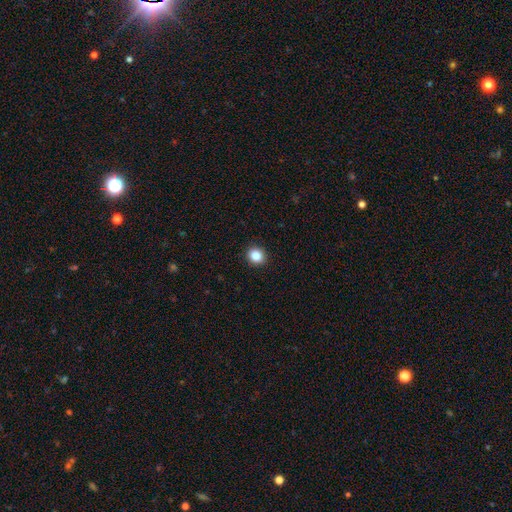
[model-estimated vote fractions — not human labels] Smooth or featured?
  - smooth: 86% *
  - star or artifact: 10%
  - featured or disk: 4%
How rounded?
  - round: 82% *
  - in between: 17%
  - cigar-shaped: 1%
Merging?
  - none: 92% *
  - minor disturbance: 5%
  - major disturbance: 2%
  - merger: 1%